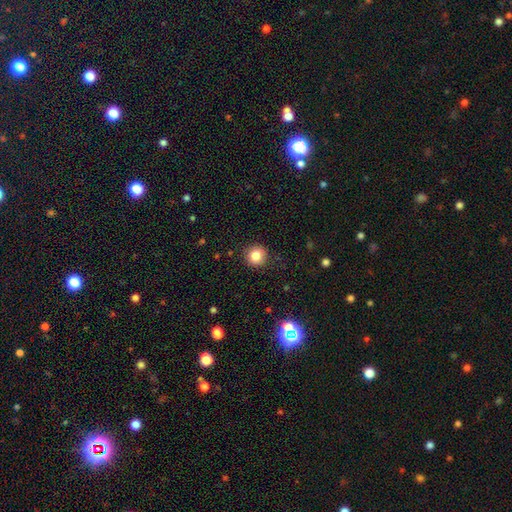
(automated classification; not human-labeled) A smooth galaxy with no disk features (83%) that is round (93%). Merging: none (90%).